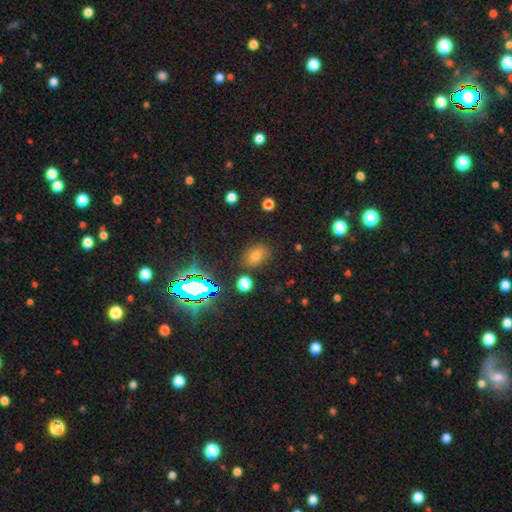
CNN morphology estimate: Smooth or featured? Predicted: smooth (p=0.57). How rounded? Predicted: in between (p=0.72). Merging? Predicted: none (p=0.83).